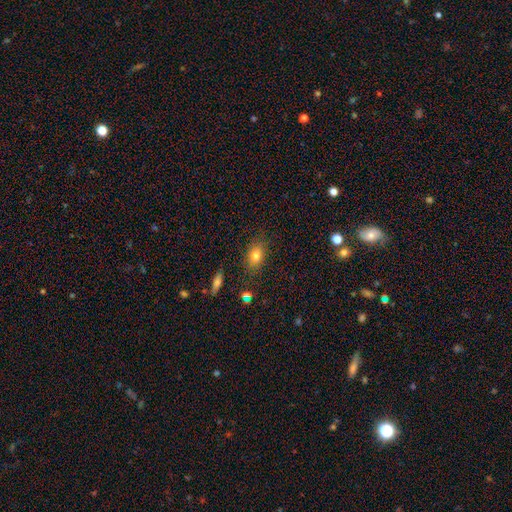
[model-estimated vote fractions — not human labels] This appears to be a smooth galaxy with no disk features (79%) that is in between round and cigar-shaped (74%). Merging: none (83%).